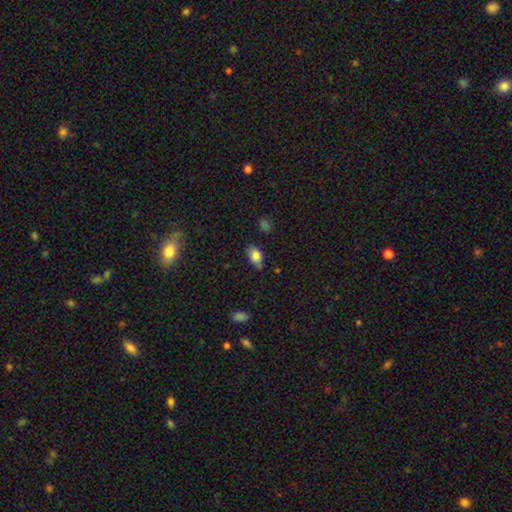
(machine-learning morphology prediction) The model was most divided on "merging": none: 65%, minor disturbance: 28%, major disturbance: 5%, merger: 2%. More confident: how rounded — in between (88%); smooth or featured — smooth (81%).